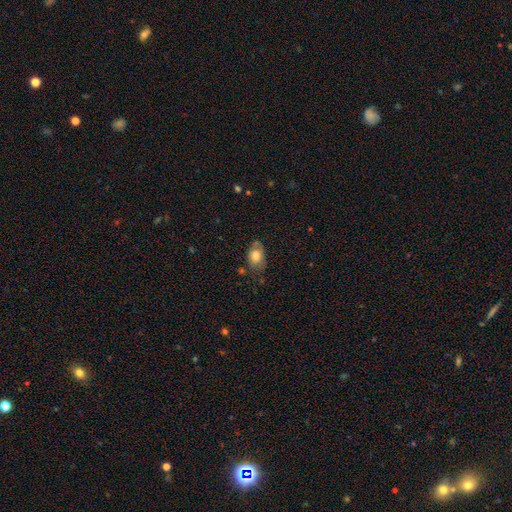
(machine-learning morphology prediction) Smooth or featured? smooth (72%)
How rounded? in between (82%)
Merging? none (59%)